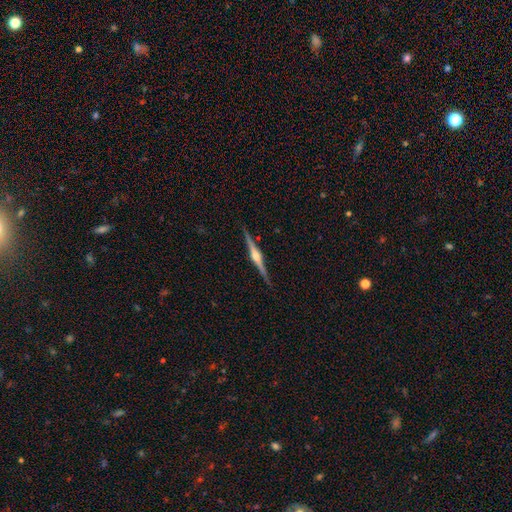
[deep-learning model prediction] A featured or disk galaxy (84%) viewed edge-on (99%) with a rounded central bulge (91%).

Vote fractions:
- Smooth or featured? featured or disk: 84% / smooth: 11% / star or artifact: 5%
- Edge-on disk? yes: 99% / no: 1%
- Edge-on bulge? rounded: 91% / boxy: 6% / none: 3%
- Merging? none: 91% / minor disturbance: 7% / major disturbance: 1% / merger: 1%